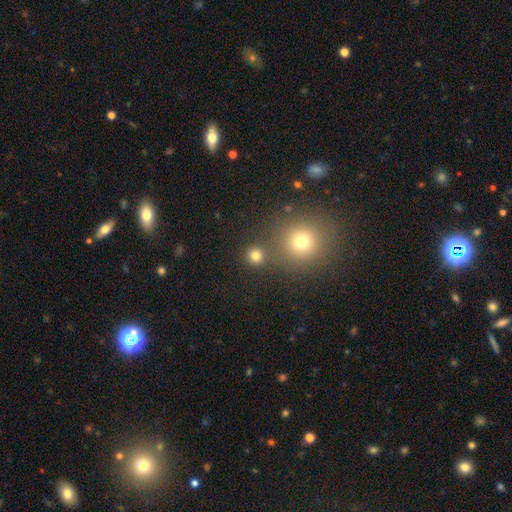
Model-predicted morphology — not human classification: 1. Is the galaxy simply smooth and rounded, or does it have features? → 78% smooth, 16% star or artifact, 5% featured or disk.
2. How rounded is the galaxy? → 93% round, 6% in between, 1% cigar-shaped.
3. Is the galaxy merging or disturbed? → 80% none, 11% merger, 6% minor disturbance, 3% major disturbance.